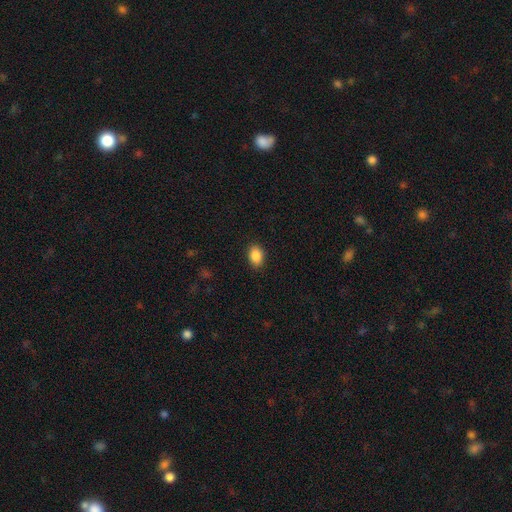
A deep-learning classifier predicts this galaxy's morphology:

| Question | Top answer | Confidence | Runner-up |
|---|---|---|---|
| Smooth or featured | smooth | 88% | star or artifact (8%) |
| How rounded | in between | 81% | round (18%) |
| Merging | none | 88% | minor disturbance (9%) |